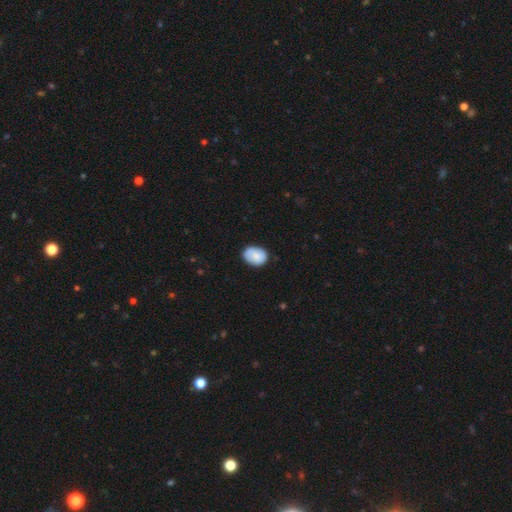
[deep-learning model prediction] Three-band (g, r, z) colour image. It shows a smooth galaxy with no disk features (84%) that is in between round and cigar-shaped (67%). Merging: none (77%).